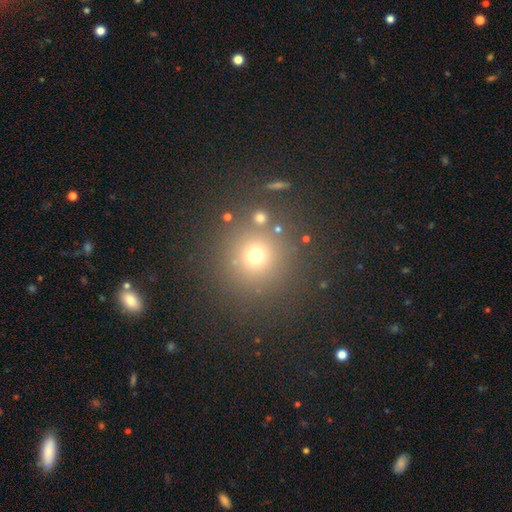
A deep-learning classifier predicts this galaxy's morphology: A smooth galaxy with no disk features (67%) that is round (95%).

Vote fractions:
- Smooth or featured? smooth: 67% / star or artifact: 24% / featured or disk: 9%
- How rounded? round: 95% / in between: 4% / cigar-shaped: 1%
- Merging? none: 84% / minor disturbance: 7% / merger: 6% / major disturbance: 4%